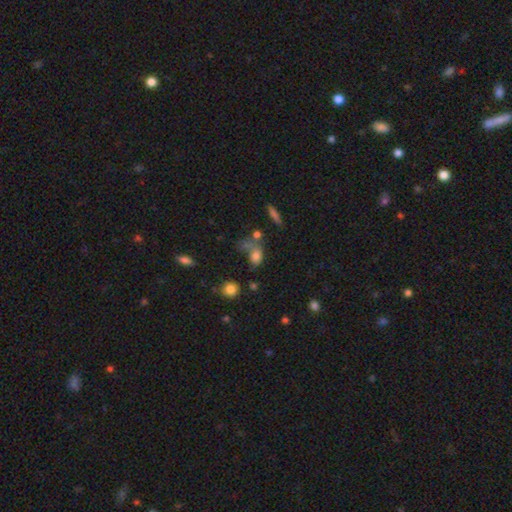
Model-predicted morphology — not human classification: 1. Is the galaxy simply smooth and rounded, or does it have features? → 71% smooth, 15% featured or disk, 14% star or artifact.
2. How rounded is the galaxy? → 69% in between, 27% round, 4% cigar-shaped.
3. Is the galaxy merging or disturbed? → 30% none, 29% major disturbance, 22% merger, 19% minor disturbance.